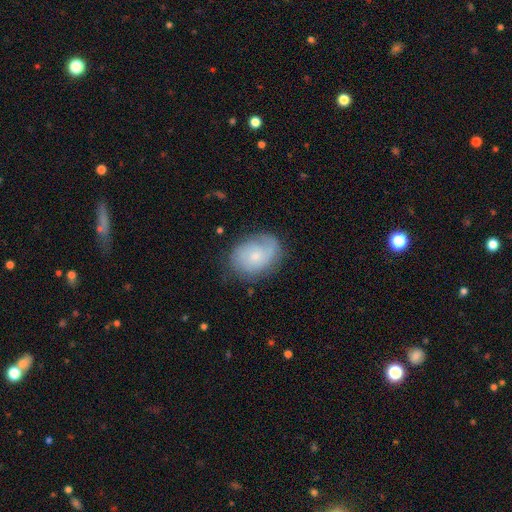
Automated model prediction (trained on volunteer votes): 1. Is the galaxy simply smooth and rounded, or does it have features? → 50% featured or disk, 43% smooth, 8% star or artifact.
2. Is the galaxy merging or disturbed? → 69% none, 22% minor disturbance, 8% major disturbance, 1% merger.